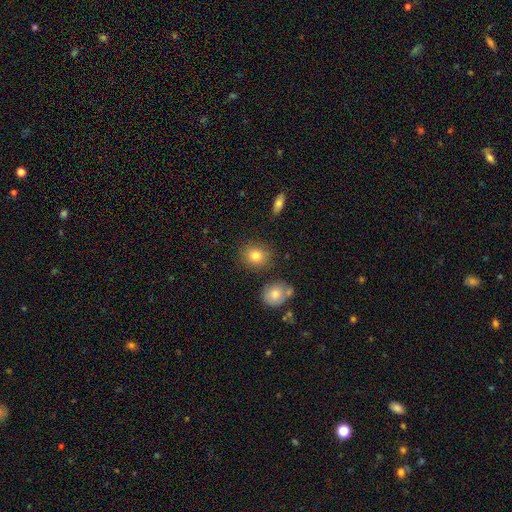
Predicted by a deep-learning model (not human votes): smooth 81%, star or artifact 10%, featured or disk 9%. Down the decision tree: how rounded — round (71%); merging — none (81%).